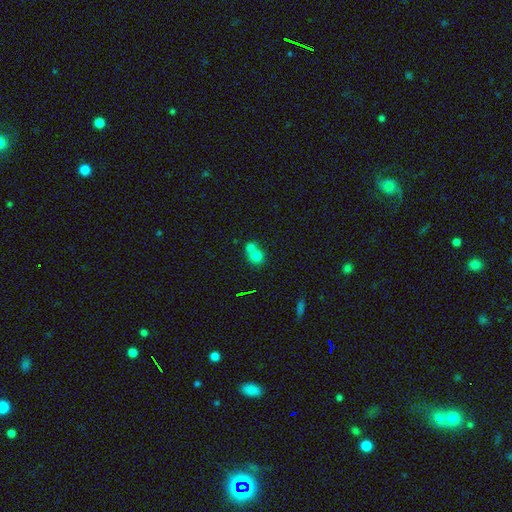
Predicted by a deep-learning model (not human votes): Smooth or featured? smooth (75%)
How rounded? round (80%)
Merging? merger (59%)